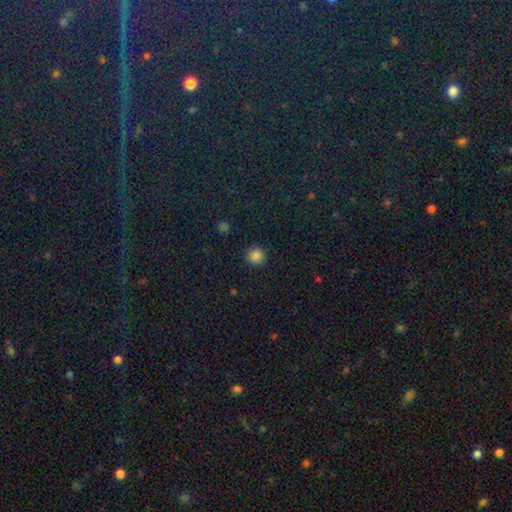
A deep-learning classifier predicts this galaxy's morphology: This is clearly a smooth galaxy (85%). How rounded: clearly round (88%). Merging: clearly none (90%).